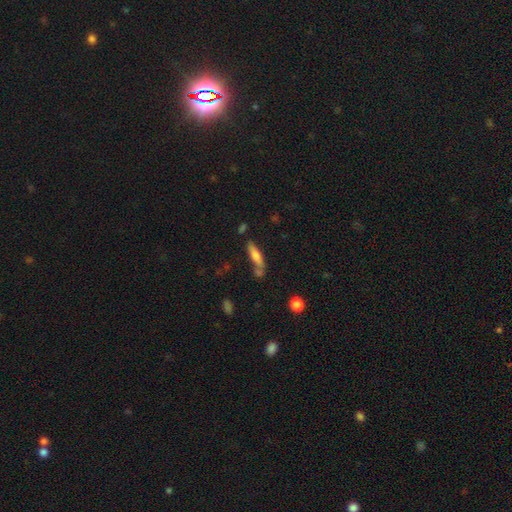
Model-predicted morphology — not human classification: Overall: smooth (68%). How rounded: cigar-shaped (74%). Merging: none (58%; minor disturbance 18%).